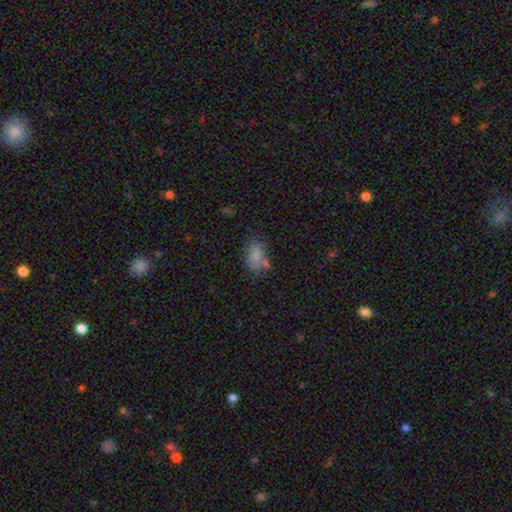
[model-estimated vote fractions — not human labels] Smooth or featured?
  - smooth: 80% *
  - star or artifact: 10%
  - featured or disk: 10%
How rounded?
  - in between: 88% *
  - round: 10%
  - cigar-shaped: 2%
Merging?
  - none: 56% *
  - minor disturbance: 20%
  - merger: 17%
  - major disturbance: 7%